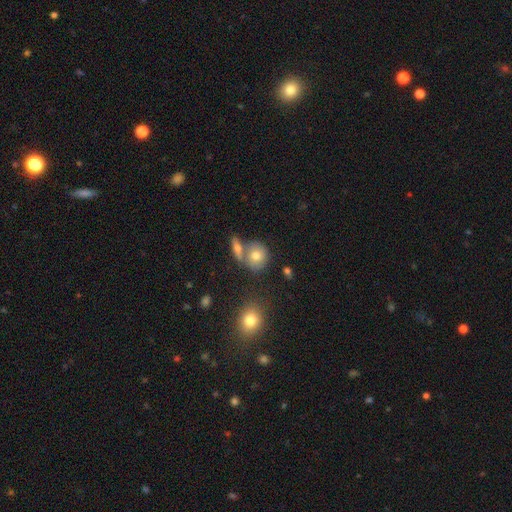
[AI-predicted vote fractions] Morphology: type=smooth (74%); roundness=round (71%); merging=none (53%).